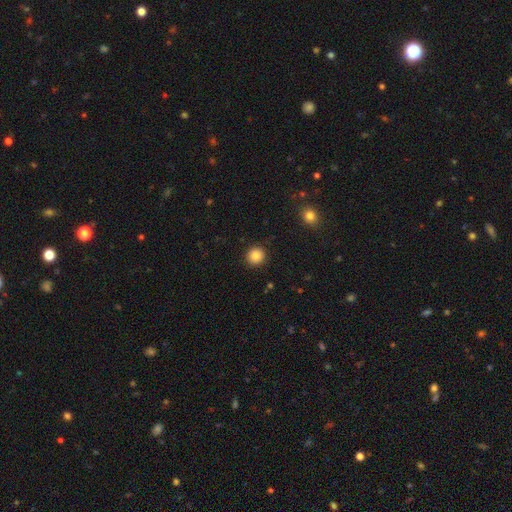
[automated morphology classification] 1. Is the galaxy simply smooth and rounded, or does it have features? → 86% smooth, 10% star or artifact, 4% featured or disk.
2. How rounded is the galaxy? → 92% round, 7% in between, 1% cigar-shaped.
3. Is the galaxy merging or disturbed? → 91% none, 6% minor disturbance, 2% major disturbance, 1% merger.